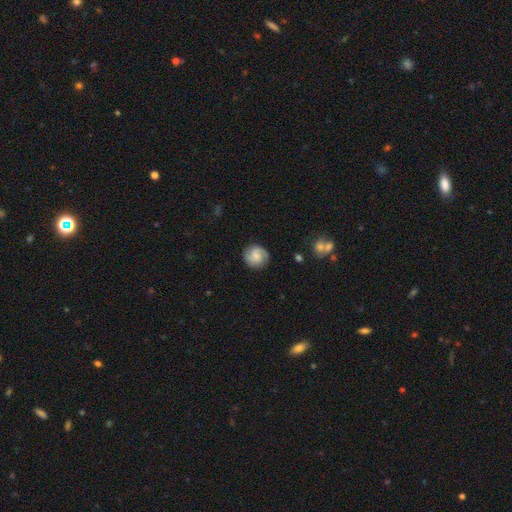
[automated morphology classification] Smooth or featured? featured or disk (47%)
Merging? none (82%)